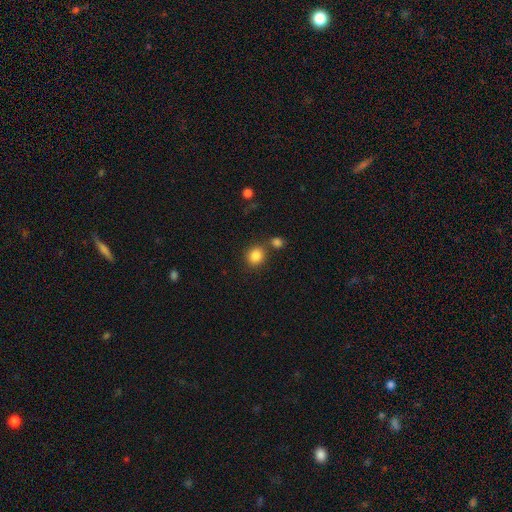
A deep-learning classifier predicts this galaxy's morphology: A smooth galaxy with no disk features (85%) that is round (78%). Merging: none (73%).